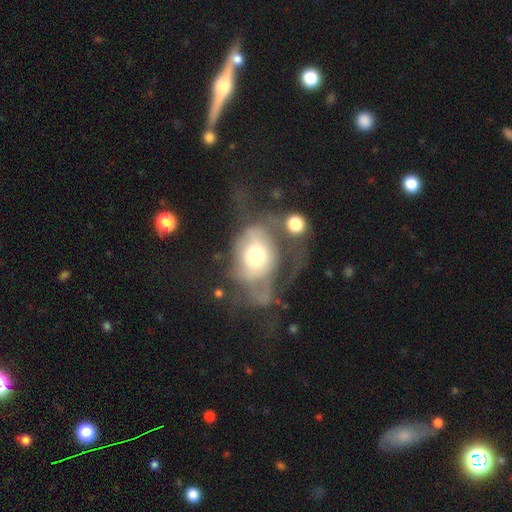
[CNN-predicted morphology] smooth-or-featured: featured or disk: 48% | smooth: 42% | star or artifact: 10%
  merging: major disturbance: 54% | none: 18% | minor disturbance: 14% | merger: 14%